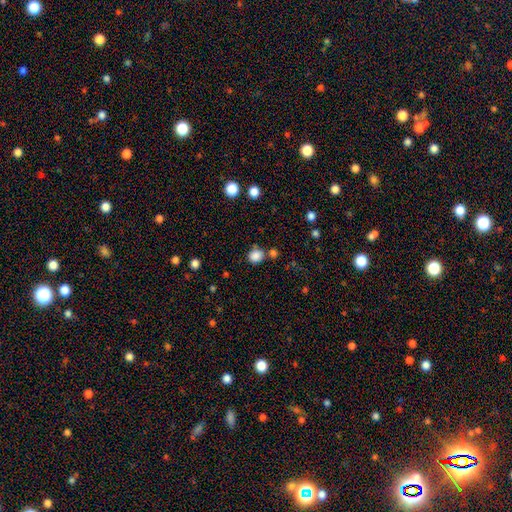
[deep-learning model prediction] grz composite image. It shows a smooth galaxy with no disk features (85%) that is round (81%). Merging: none (73%).